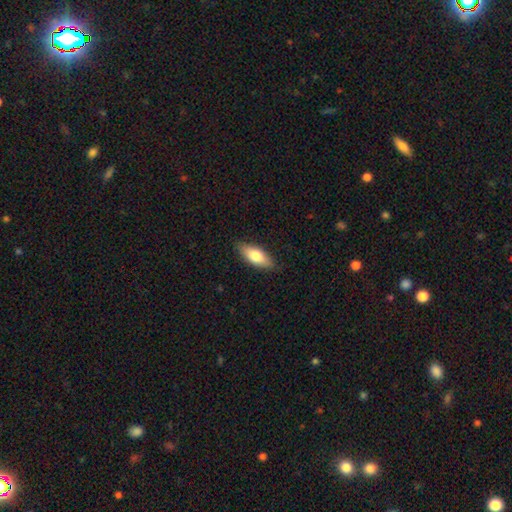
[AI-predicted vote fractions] Smooth or featured? smooth (74%)
How rounded? in between (76%)
Merging? none (86%)